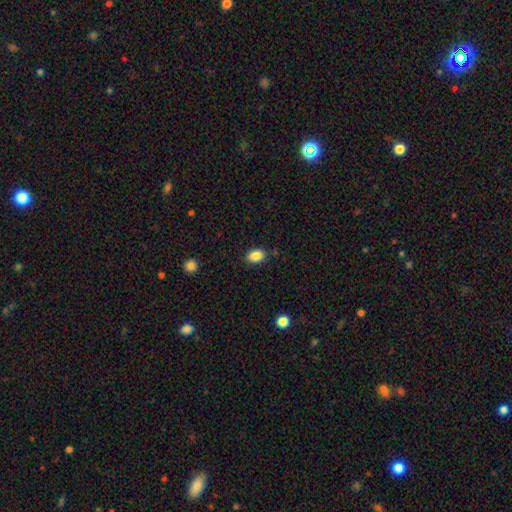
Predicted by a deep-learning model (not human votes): This is clearly a smooth galaxy (87%). How rounded: clearly in between (83%). Merging: clearly none (87%).